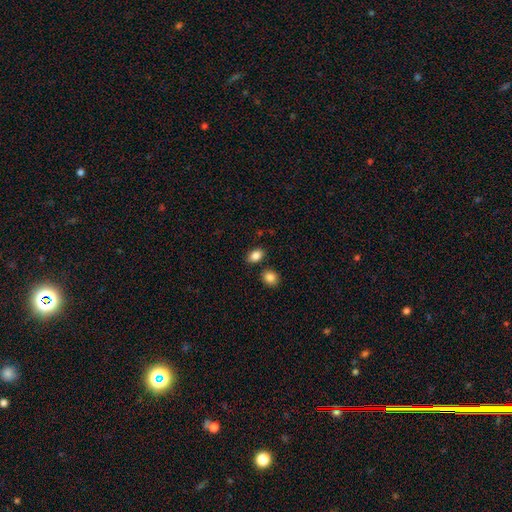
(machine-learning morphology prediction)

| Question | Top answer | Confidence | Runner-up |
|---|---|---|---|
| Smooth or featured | smooth | 86% | star or artifact (9%) |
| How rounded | in between | 76% | round (23%) |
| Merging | none | 78% | minor disturbance (11%) |